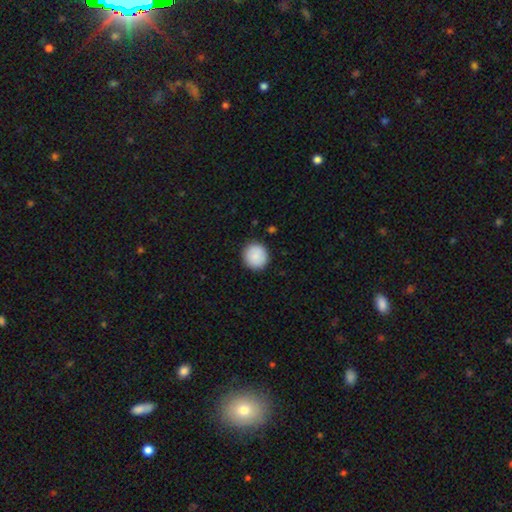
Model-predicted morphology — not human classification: Smooth or featured? Predicted: smooth (p=0.88). How rounded? Predicted: round (p=0.92). Merging? Predicted: none (p=0.90).